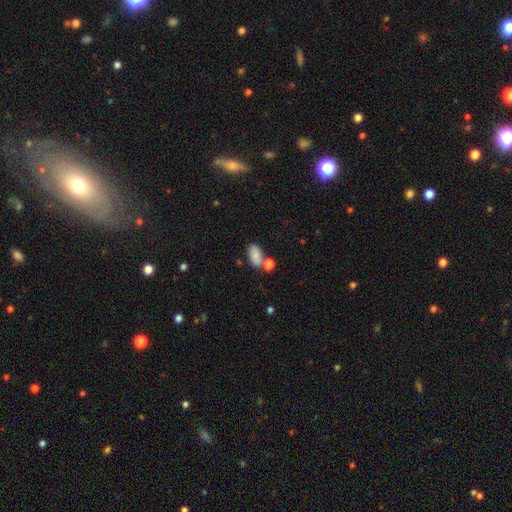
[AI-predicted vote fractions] Smooth or featured? smooth (83%)
How rounded? in between (92%)
Merging? none (55%)